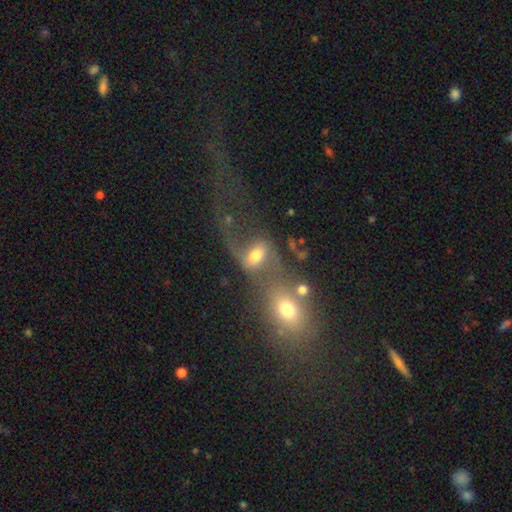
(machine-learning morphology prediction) Smooth or featured?
  - featured or disk: 44% *
  - smooth: 41%
  - star or artifact: 15%
Merging?
  - merger: 55% *
  - none: 19%
  - major disturbance: 17%
  - minor disturbance: 9%